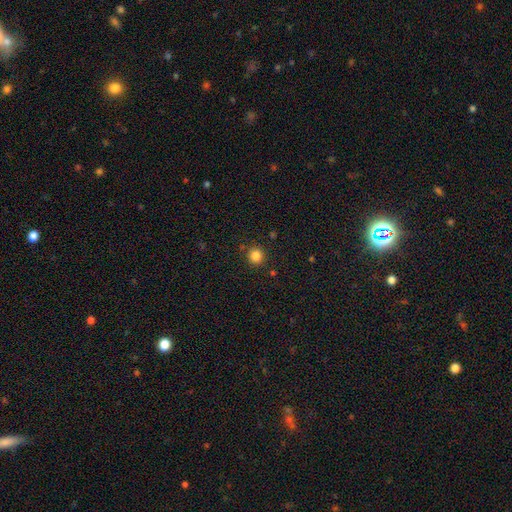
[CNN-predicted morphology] smooth_or_featured: smooth (p=0.84) [alt: star or artifact p=0.12]
how_rounded: round (p=0.92) [alt: in between p=0.07]
merging: none (p=0.88) [alt: minor disturbance p=0.07]